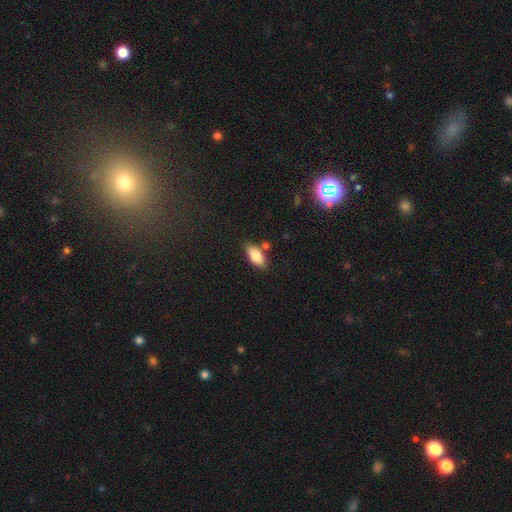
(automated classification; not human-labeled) smooth-or-featured: smooth: 83% | featured or disk: 10% | star or artifact: 7%
  how-rounded: in between: 88% | cigar-shaped: 9% | round: 3%
  merging: none: 76% | minor disturbance: 13% | merger: 8% | major disturbance: 3%